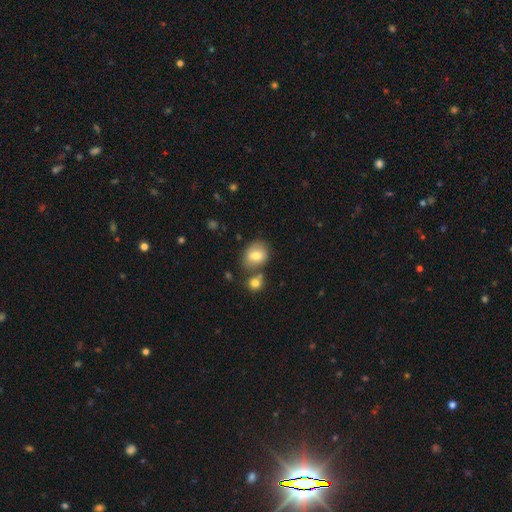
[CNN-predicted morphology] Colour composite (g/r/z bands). It shows a smooth galaxy with no disk features (75%) that is round (51%). Merging: none (63%).